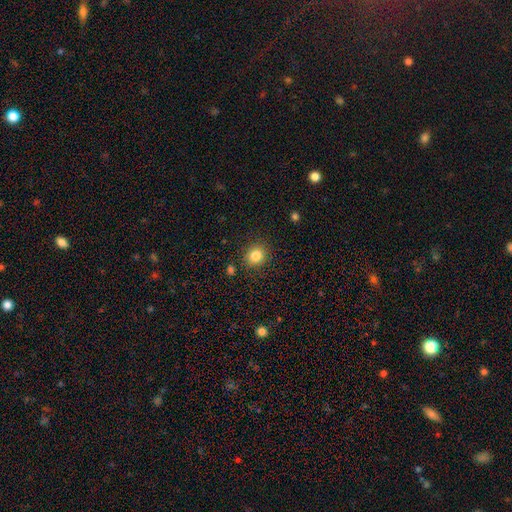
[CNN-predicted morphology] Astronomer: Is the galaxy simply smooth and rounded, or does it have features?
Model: smooth — 83%.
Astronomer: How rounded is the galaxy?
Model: round — 84%.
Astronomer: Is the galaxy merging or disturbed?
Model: none — 88%.